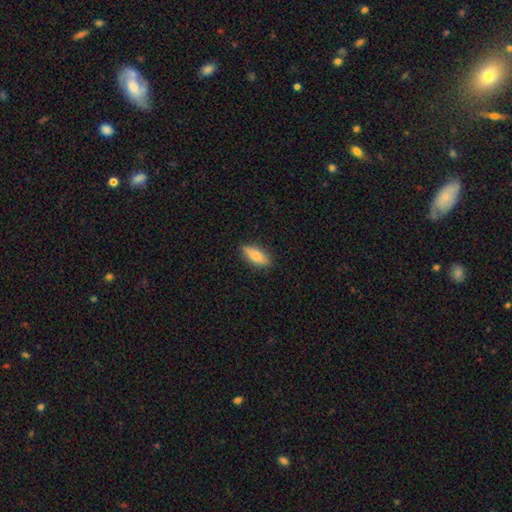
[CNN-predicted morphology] type=smooth (73%); roundness=in between (63%); merging=none (86%).